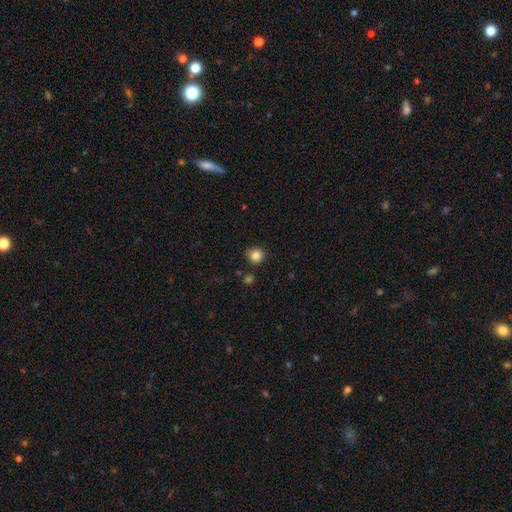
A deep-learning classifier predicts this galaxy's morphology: This is clearly a smooth galaxy (84%). How rounded: clearly round (92%). Merging: clearly none (86%).